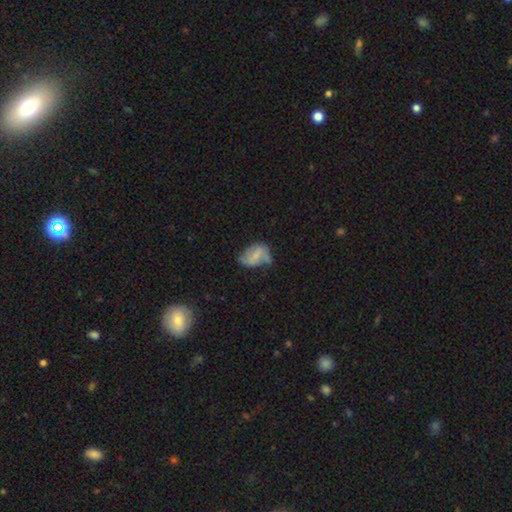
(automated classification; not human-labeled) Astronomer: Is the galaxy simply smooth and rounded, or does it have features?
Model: smooth — 52% (runner-up: featured or disk, 39%).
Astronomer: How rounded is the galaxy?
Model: in between — 85%.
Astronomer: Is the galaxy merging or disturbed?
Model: minor disturbance — 39% (runner-up: none, 36%).